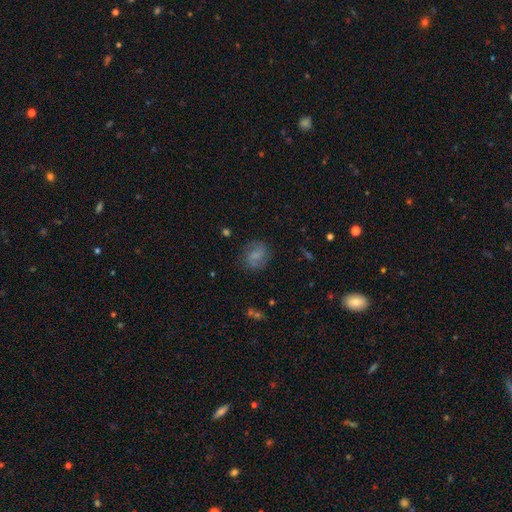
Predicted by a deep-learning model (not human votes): Q: Smooth or featured?
A: smooth (47%); runner-up: featured or disk (42%)
Q: Merging?
A: none (77%); runner-up: minor disturbance (15%)